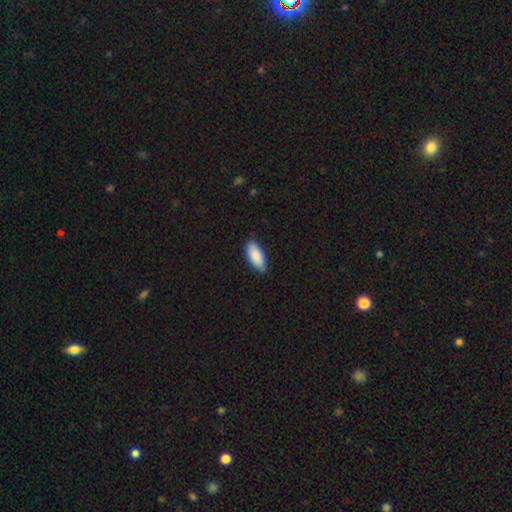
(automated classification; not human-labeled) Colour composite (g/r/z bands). It shows a smooth galaxy with no disk features (88%) that is in between round and cigar-shaped (84%). Merging: none (81%).